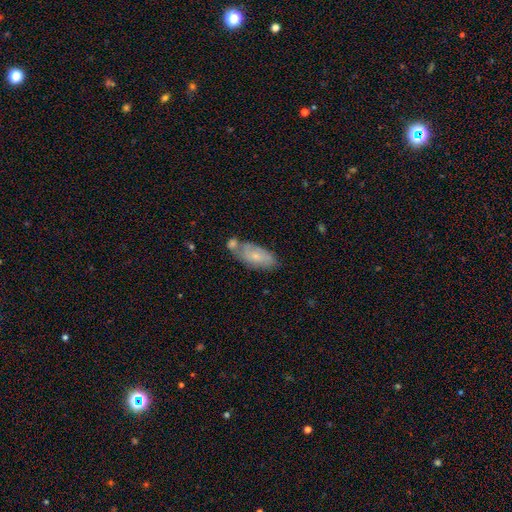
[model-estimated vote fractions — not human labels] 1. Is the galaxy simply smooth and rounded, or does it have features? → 53% smooth, 40% featured or disk, 7% star or artifact.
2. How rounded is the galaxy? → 83% in between, 15% cigar-shaped, 3% round.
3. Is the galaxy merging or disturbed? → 46% none, 28% merger, 20% minor disturbance, 6% major disturbance.